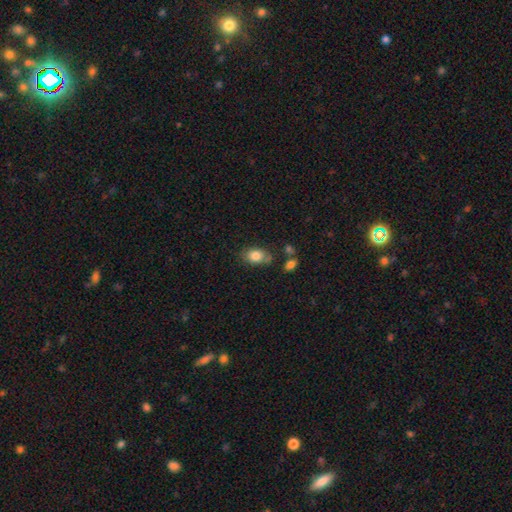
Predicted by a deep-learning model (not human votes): smooth_or_featured: smooth (p=0.83) [alt: featured or disk p=0.09]
how_rounded: in between (p=0.83) [alt: round p=0.15]
merging: none (p=0.69) [alt: minor disturbance p=0.20]